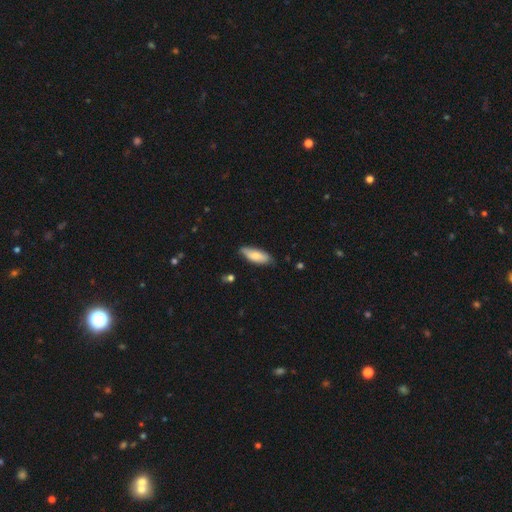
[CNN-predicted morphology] This is likely a smooth galaxy (78%). How rounded: likely in between (71%). Merging: likely none (75%).